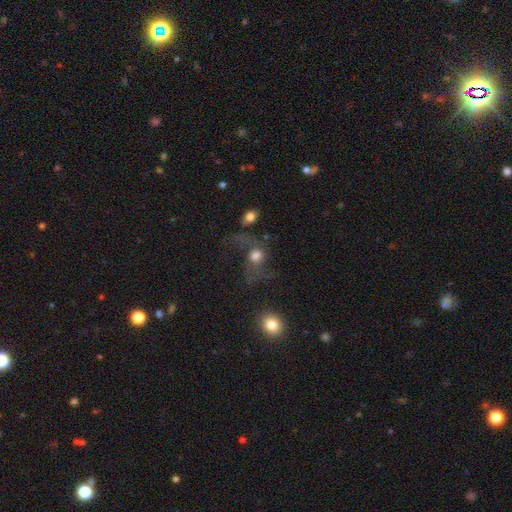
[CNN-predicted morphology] This appears to be a featured or disk galaxy (44%). Merging: major disturbance (40%).